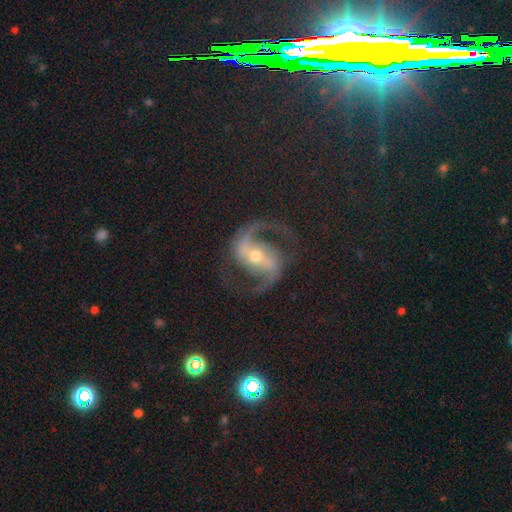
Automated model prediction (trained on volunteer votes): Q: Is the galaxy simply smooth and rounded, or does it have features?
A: featured or disk — 89%.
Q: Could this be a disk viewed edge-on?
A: no — 98%.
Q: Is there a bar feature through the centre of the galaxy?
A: strong — 53%.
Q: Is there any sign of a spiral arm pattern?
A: yes — 98%.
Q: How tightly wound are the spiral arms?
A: medium — 54%.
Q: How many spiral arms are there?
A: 2 — 94%.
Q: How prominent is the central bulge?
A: moderate — 56%.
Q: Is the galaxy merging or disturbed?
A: none — 81%.